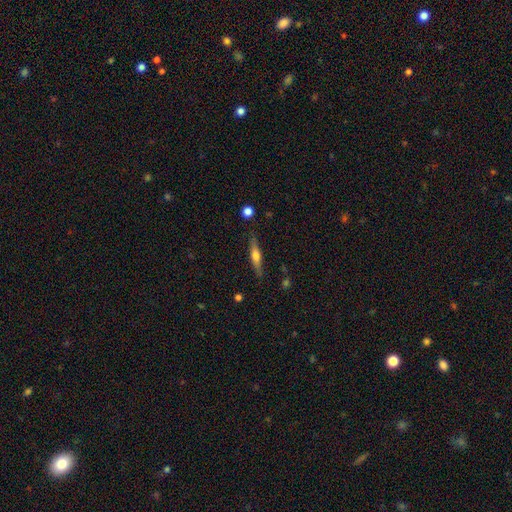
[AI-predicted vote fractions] Smooth or featured? Predicted: featured or disk (p=0.54). Edge-on disk? Predicted: yes (p=0.95). Edge-on bulge? Predicted: rounded (p=0.86). Merging? Predicted: none (p=0.85).